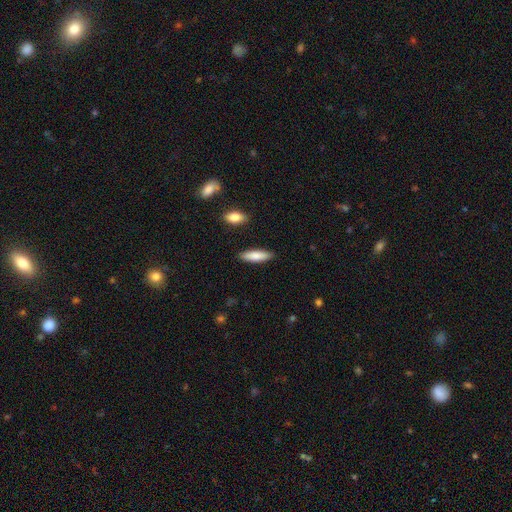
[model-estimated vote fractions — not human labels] smooth_or_featured: smooth (p=0.80) [alt: featured or disk p=0.14]
how_rounded: cigar-shaped (p=0.58) [alt: in between p=0.41]
merging: none (p=0.88) [alt: minor disturbance p=0.09]